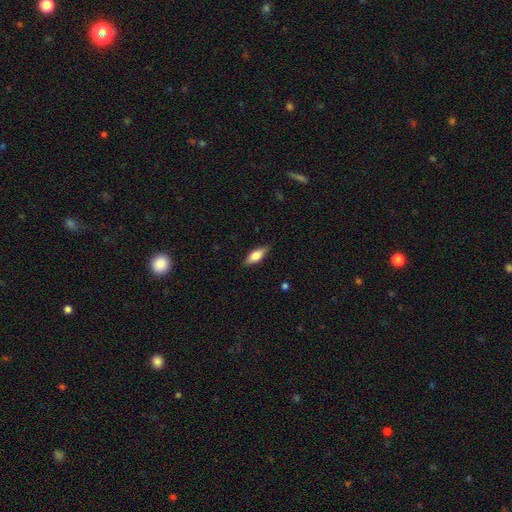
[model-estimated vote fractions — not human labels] Smooth or featured: smooth — 71% (featured or disk — 22%)
How rounded: in between — 73% (cigar-shaped — 24%)
Merging: none — 83% (minor disturbance — 13%)